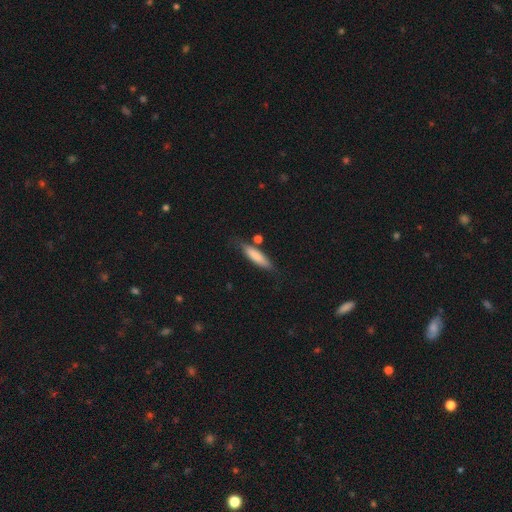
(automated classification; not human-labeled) Smooth or featured? smooth (80%)
How rounded? cigar-shaped (70%)
Merging? none (71%)